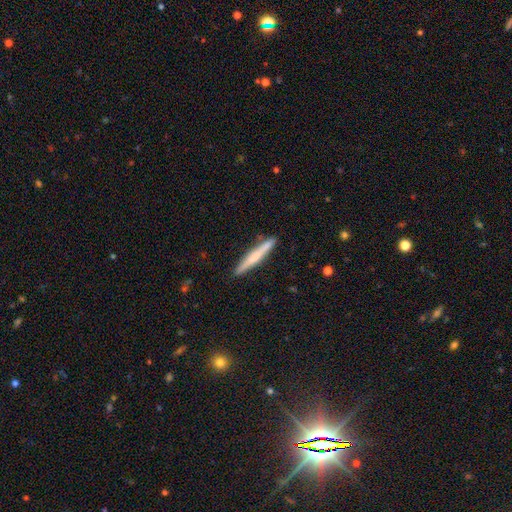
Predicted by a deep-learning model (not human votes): This appears to be a smooth galaxy with no disk features (54%) that is cigar-shaped (95%). Merging: none (88%).